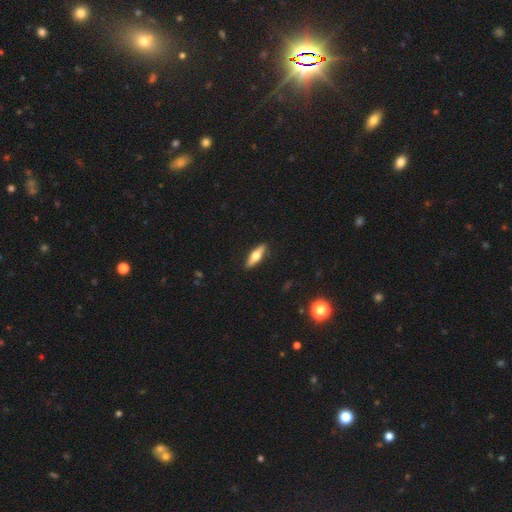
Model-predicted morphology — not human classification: Smooth or featured: smooth — 47% (tied with featured or disk — 47%)
Merging: none — 90% (minor disturbance — 7%)